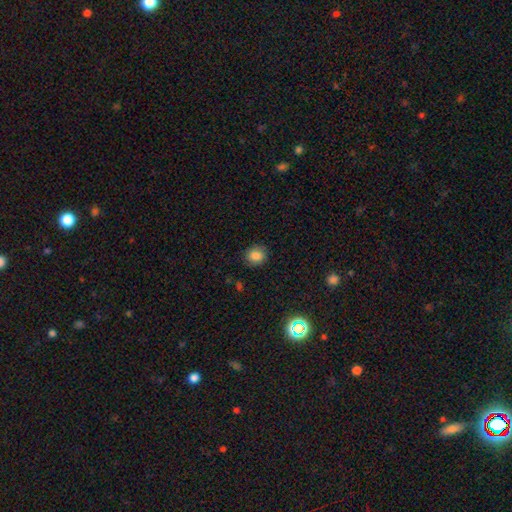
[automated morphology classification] Q: Smooth or featured?
A: smooth (83%); runner-up: star or artifact (11%)
Q: How rounded?
A: round (73%); runner-up: in between (26%)
Q: Merging?
A: none (87%); runner-up: minor disturbance (9%)